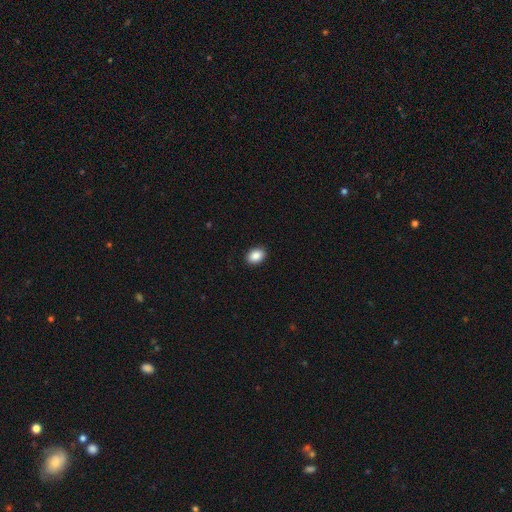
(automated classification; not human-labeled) Morphology: type=smooth (88%); roundness=in between (74%); merging=none (91%).